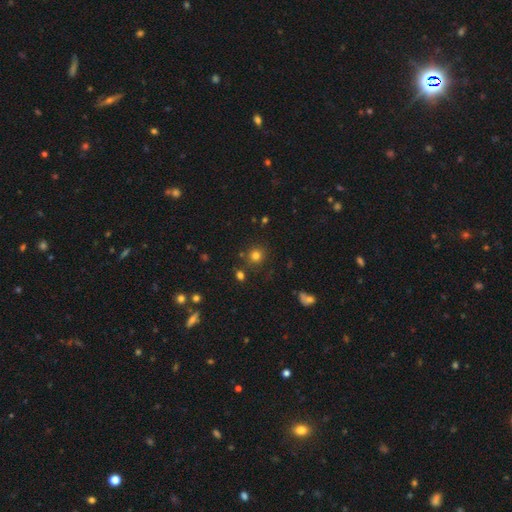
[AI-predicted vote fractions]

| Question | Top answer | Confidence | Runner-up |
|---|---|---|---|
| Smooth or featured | smooth | 76% | star or artifact (17%) |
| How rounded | round | 90% | in between (9%) |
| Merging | none | 83% | minor disturbance (8%) |